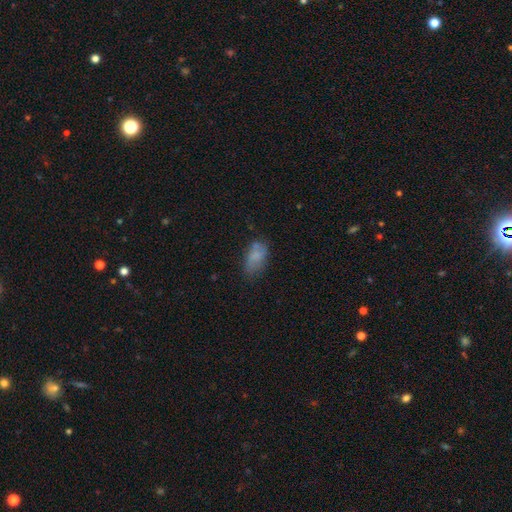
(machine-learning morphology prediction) Smooth or featured? smooth (77%)
How rounded? in between (91%)
Merging? none (56%)